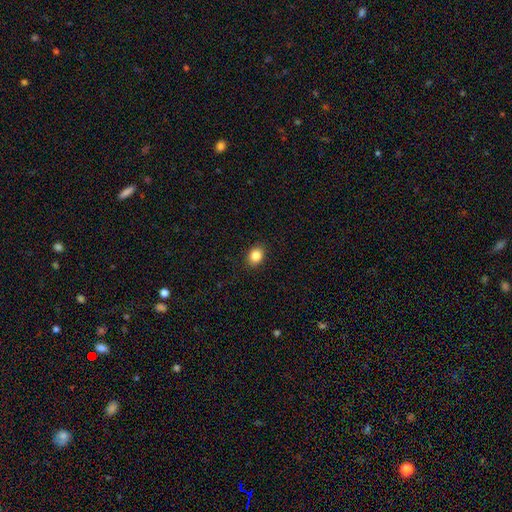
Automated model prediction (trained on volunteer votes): The model was most divided on "how rounded": in between: 57%, round: 42%, cigar-shaped: 1%. More confident: merging — none (89%); smooth or featured — smooth (85%).